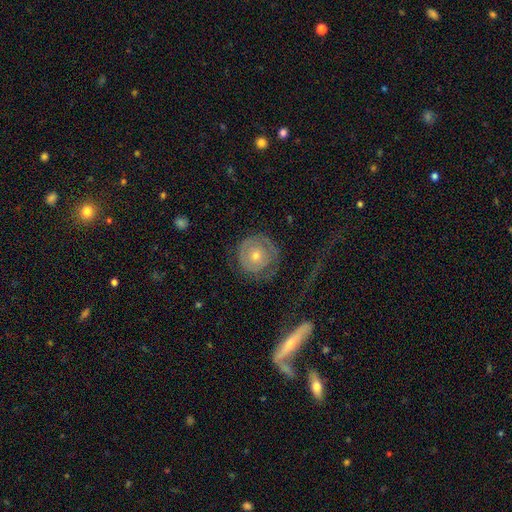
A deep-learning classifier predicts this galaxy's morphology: This appears to be a featured or disk galaxy (63%) with no bar (83%), spiral arms (64%) and a moderate central bulge (51%). Merging: none (67%).